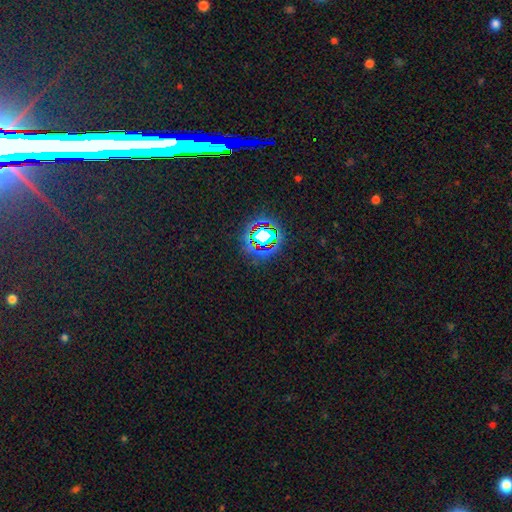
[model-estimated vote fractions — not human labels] This appears to be a star or artifact, not a galaxy (74%).